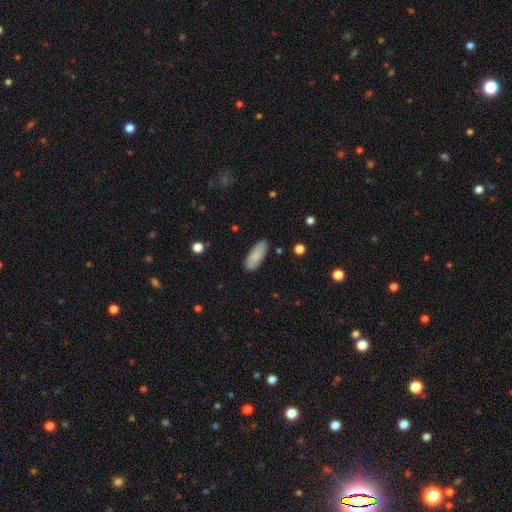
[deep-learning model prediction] Q: Smooth or featured?
A: smooth (84%); runner-up: featured or disk (10%)
Q: How rounded?
A: in between (71%); runner-up: cigar-shaped (27%)
Q: Merging?
A: none (84%); runner-up: minor disturbance (12%)